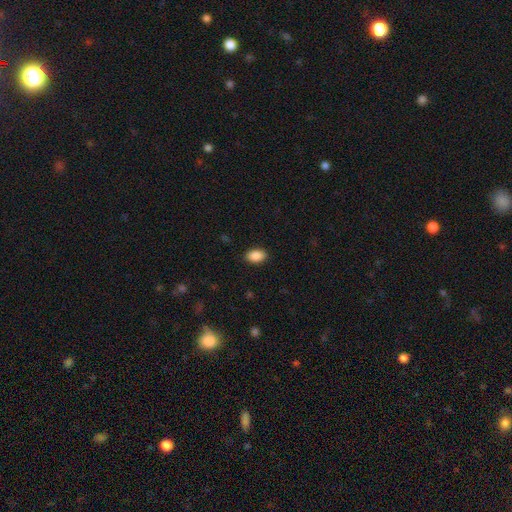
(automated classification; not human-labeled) Q: Smooth or featured?
A: smooth (89%); runner-up: star or artifact (8%)
Q: How rounded?
A: in between (89%); runner-up: round (10%)
Q: Merging?
A: none (89%); runner-up: minor disturbance (8%)